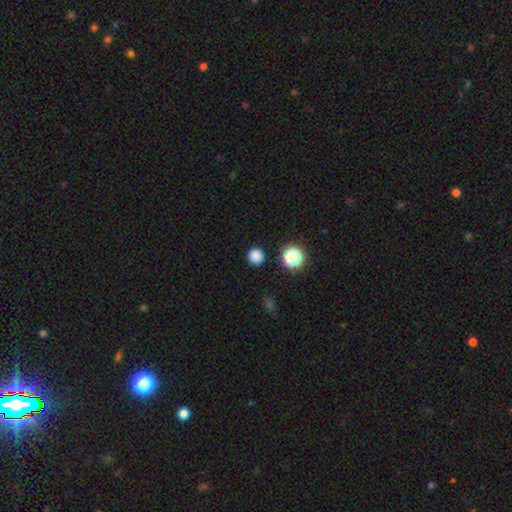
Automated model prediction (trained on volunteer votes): The model was most divided on "smooth or featured": smooth: 81%, star or artifact: 15%, featured or disk: 4%. More confident: how rounded — round (95%); merging — none (91%).